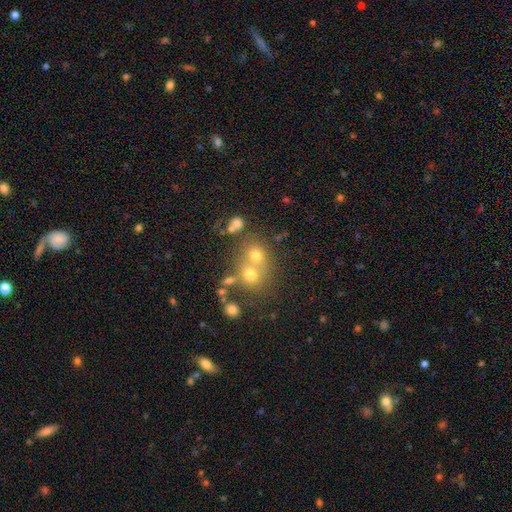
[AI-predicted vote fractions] smooth 67%, star or artifact 17%, featured or disk 16%. Down the decision tree: how rounded — round (73%); merging — merger (50%).